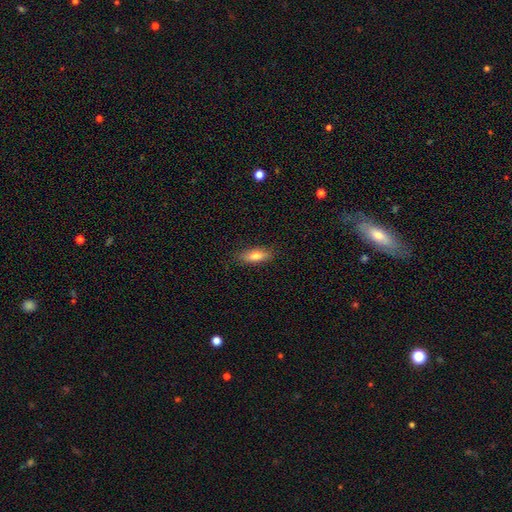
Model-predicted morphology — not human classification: Smooth or featured? Predicted: smooth (p=0.74). How rounded? Predicted: in between (p=0.62). Merging? Predicted: none (p=0.85).